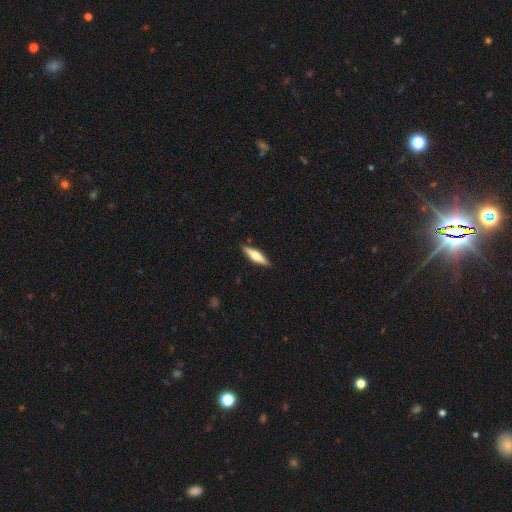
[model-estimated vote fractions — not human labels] featured or disk 54%, smooth 40%, star or artifact 6%. Down the decision tree: edge-on disk — yes (96%); edge-on bulge — rounded (88%); merging — none (89%).